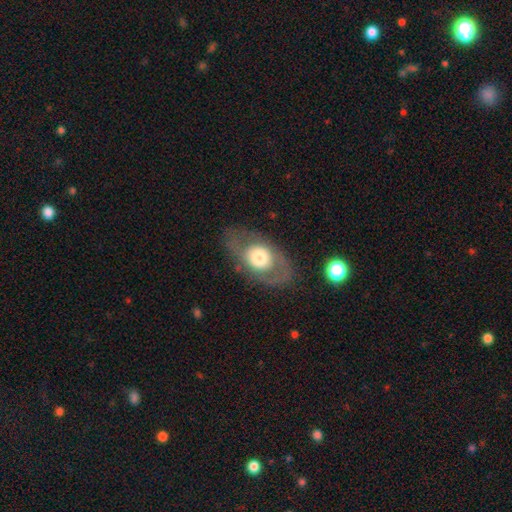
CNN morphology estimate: Smooth or featured? featured or disk (61%)
Edge-on disk? no (89%)
Bar? no (82%)
Spiral arms? no (57%)
Bulge size? large (48%)
Merging? none (80%)